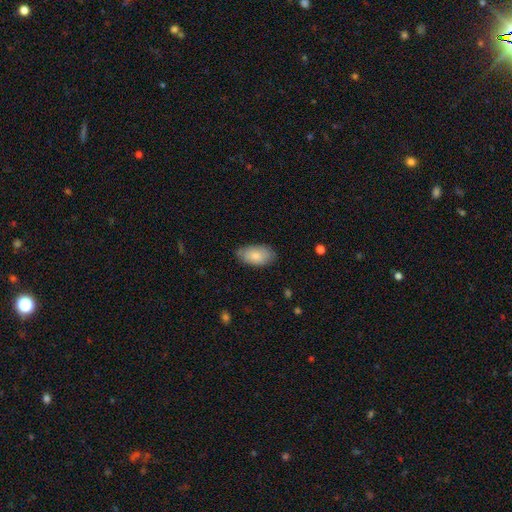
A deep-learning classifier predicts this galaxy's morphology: Smooth or featured: smooth — 81% (featured or disk — 14%)
How rounded: in between — 95% (round — 3%)
Merging: none — 77% (minor disturbance — 19%)